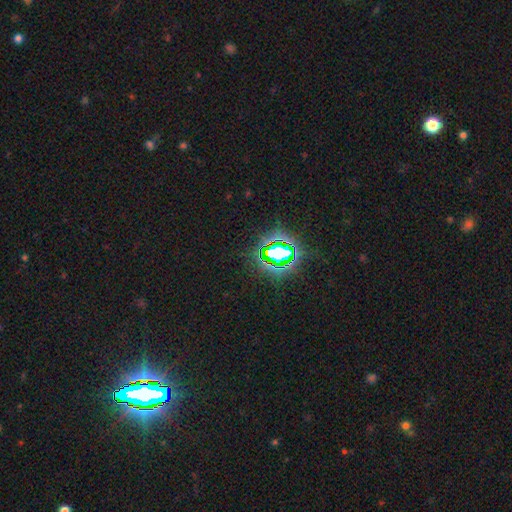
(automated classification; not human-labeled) A star or artifact, not a galaxy (82%).

Vote fractions:
- Smooth or featured? star or artifact: 82% / smooth: 11% / featured or disk: 7%